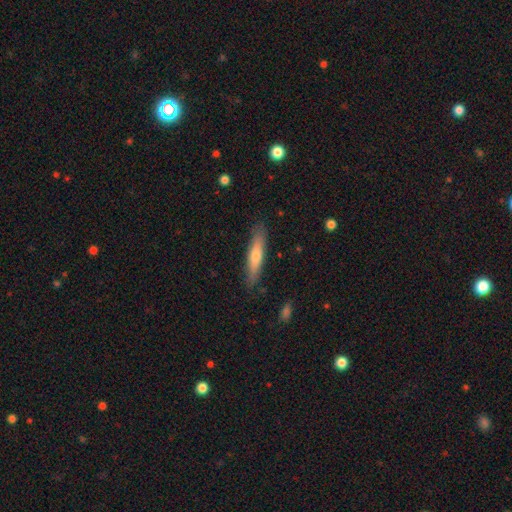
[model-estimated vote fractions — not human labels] smooth-or-featured: smooth: 55% | featured or disk: 39% | star or artifact: 6%
  how-rounded: cigar-shaped: 88% | in between: 10% | round: 1%
  merging: none: 88% | minor disturbance: 9% | major disturbance: 2% | merger: 1%